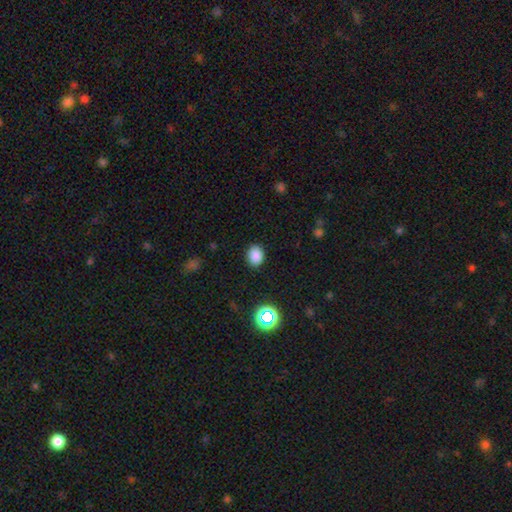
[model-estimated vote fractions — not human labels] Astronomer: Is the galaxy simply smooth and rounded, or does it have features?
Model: smooth — 84%.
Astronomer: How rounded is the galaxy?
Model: in between — 57% (runner-up: round, 42%).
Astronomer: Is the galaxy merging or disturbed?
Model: none — 87%.